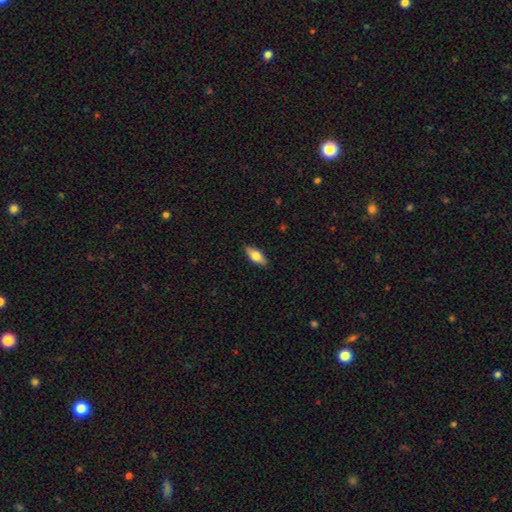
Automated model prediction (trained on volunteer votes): A smooth galaxy with no disk features (71%) that is in between round and cigar-shaped (79%). Merging: none (87%).